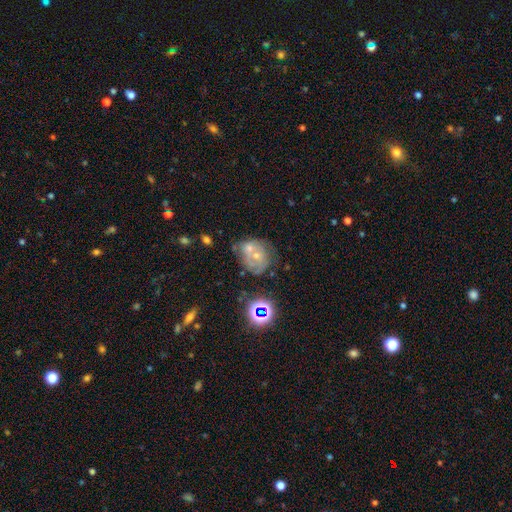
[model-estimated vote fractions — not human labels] Smooth or featured? featured or disk (46%)
Merging? merger (48%)